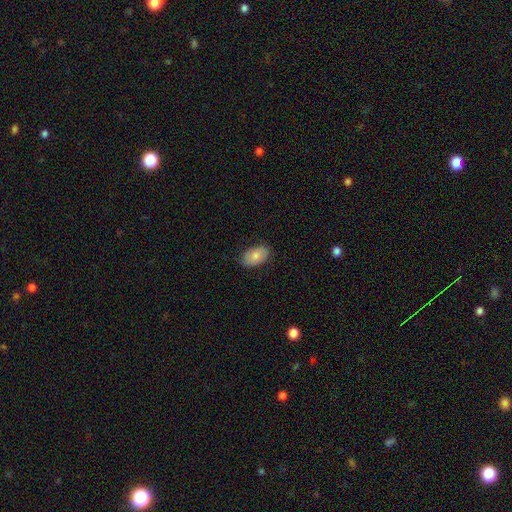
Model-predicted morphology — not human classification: Smooth or featured? Predicted: smooth (p=0.78). How rounded? Predicted: in between (p=0.93). Merging? Predicted: none (p=0.82).